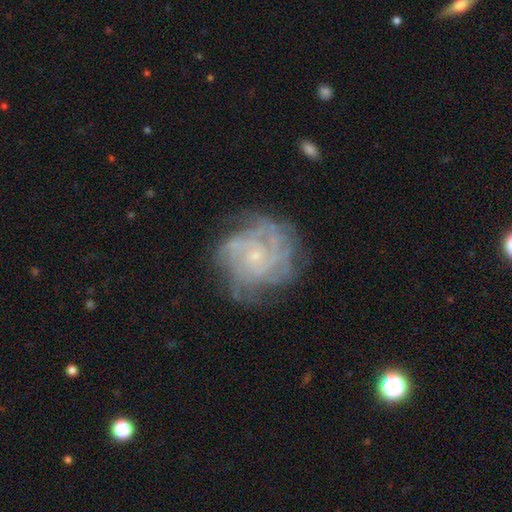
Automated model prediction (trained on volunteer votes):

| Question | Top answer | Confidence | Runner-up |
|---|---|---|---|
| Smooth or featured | featured or disk | 82% | smooth (10%) |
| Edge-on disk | no | 98% | yes (2%) |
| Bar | no | 79% | weak (18%) |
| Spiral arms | yes | 93% | no (7%) |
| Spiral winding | tight | 69% | medium (25%) |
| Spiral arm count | can't tell | 37% | 4 (21%) |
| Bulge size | small | 81% | moderate (13%) |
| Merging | none | 69% | minor disturbance (19%) |